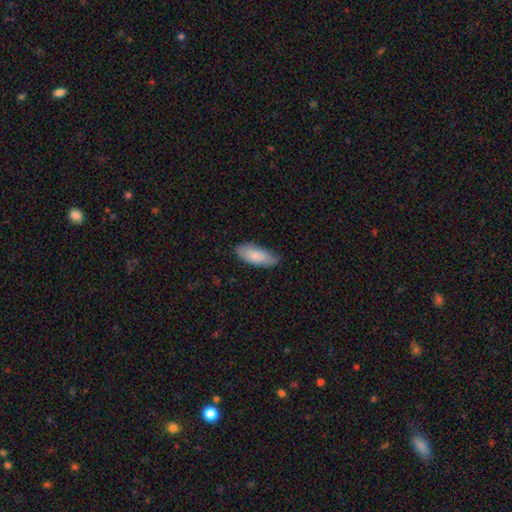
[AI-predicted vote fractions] smooth 80%, featured or disk 15%, star or artifact 5%. Down the decision tree: how rounded — in between (82%); merging — none (82%).